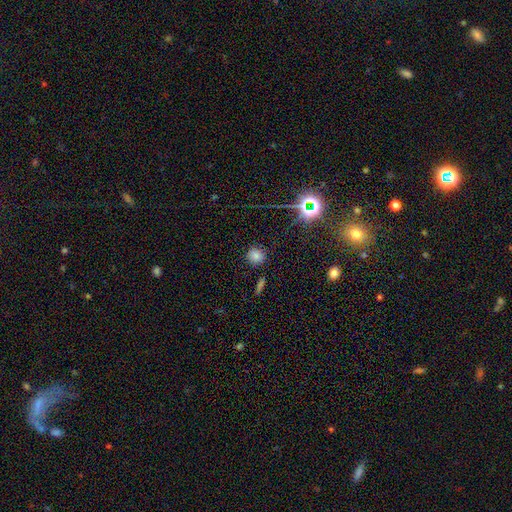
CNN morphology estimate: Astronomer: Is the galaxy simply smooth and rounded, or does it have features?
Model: smooth — 70%.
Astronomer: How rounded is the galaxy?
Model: round — 83%.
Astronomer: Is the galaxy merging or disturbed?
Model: none — 84%.